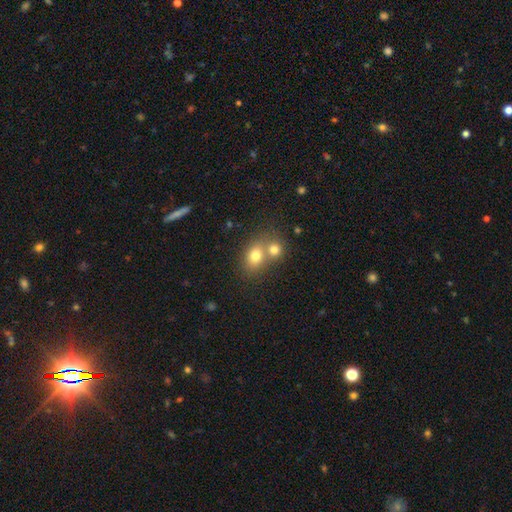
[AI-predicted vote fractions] This is likely a smooth galaxy (76%). How rounded: possibly in between (51%). Merging: possibly merger (51%).